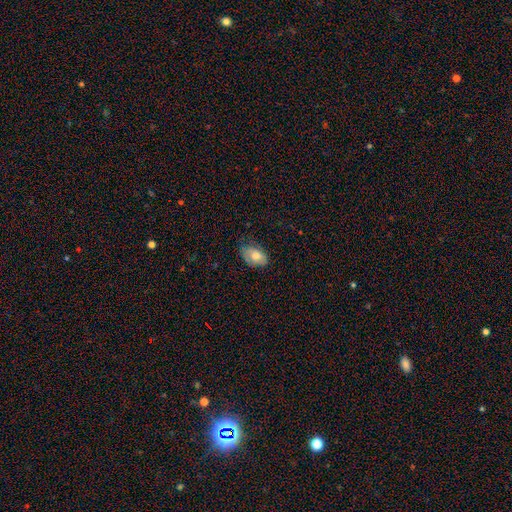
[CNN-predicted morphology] Smooth or featured? smooth (69%)
How rounded? in between (88%)
Merging? none (64%)